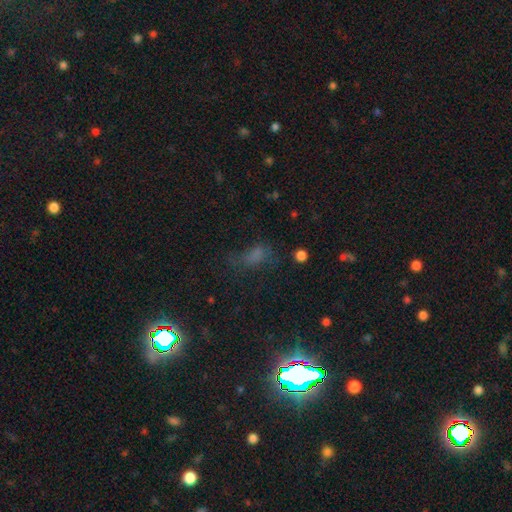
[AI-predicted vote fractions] Morphology: type=smooth (50%); roundness=in between (76%); merging=none (44%).